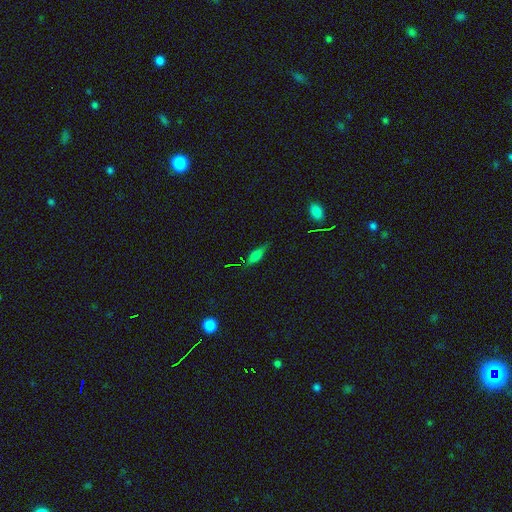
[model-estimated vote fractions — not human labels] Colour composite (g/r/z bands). It shows a smooth galaxy with no disk features (49%). Merging: none (78%).